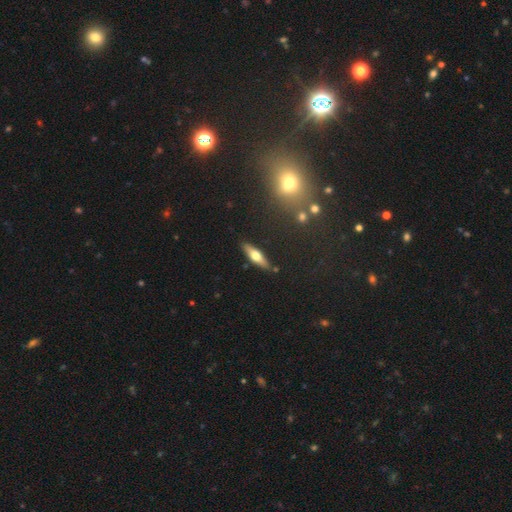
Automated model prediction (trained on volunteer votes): Smooth or featured: featured or disk — 47% (smooth — 46%)
Merging: none — 86% (minor disturbance — 9%)